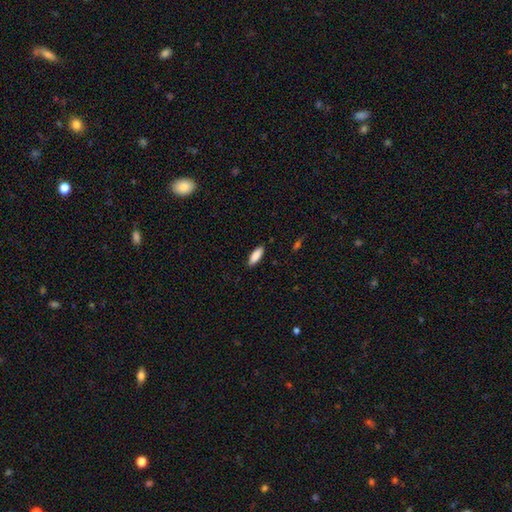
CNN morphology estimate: Smooth or featured: smooth — 87% (featured or disk — 7%)
How rounded: in between — 67% (cigar-shaped — 31%)
Merging: none — 89% (minor disturbance — 8%)